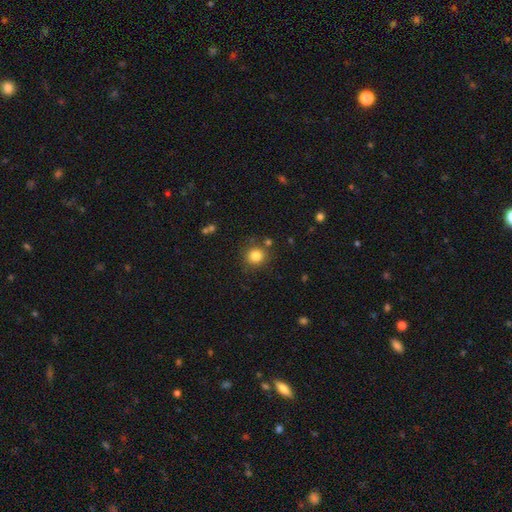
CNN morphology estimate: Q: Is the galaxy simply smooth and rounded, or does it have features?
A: smooth — 82%.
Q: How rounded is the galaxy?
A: round — 89%.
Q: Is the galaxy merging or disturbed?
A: none — 81%.